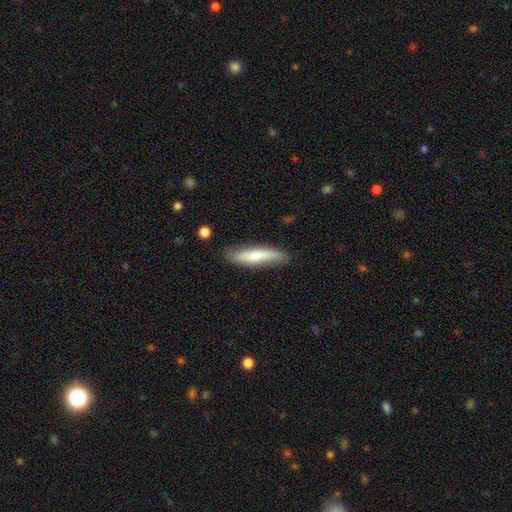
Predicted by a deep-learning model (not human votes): Smooth or featured?
  - smooth: 61% *
  - featured or disk: 33%
  - star or artifact: 6%
How rounded?
  - cigar-shaped: 80% *
  - in between: 18%
  - round: 2%
Merging?
  - none: 78% *
  - minor disturbance: 17%
  - major disturbance: 3%
  - merger: 2%